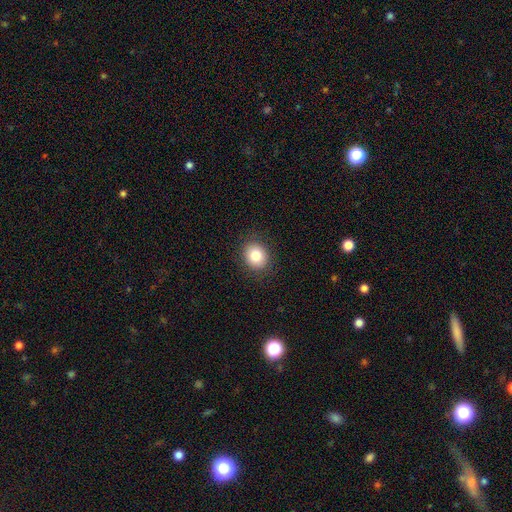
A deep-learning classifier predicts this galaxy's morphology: This appears to be a smooth galaxy with no disk features (82%) that is round (67%). Merging: none (89%).